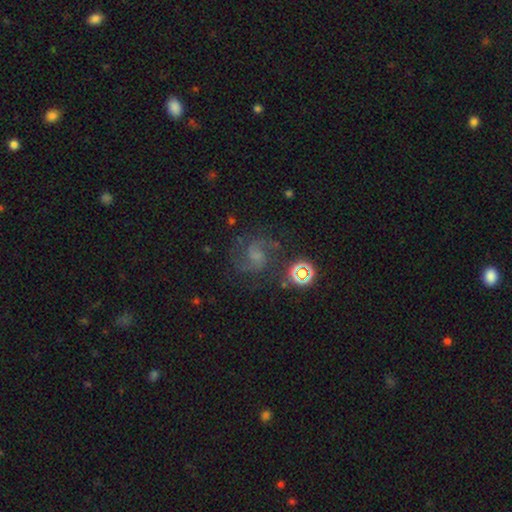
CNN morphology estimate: A featured or disk galaxy (67%) with no bar (49%), 2 (78%) medium (55%) spiral arms (94%) and no central bulge (36%). Merging: none (69%).